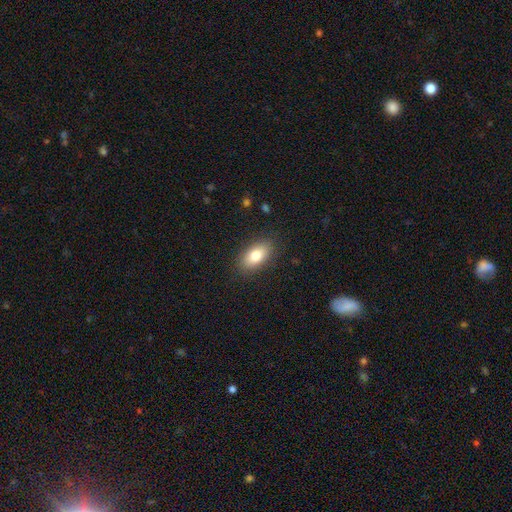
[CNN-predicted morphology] smooth_or_featured: smooth (p=0.79) [alt: featured or disk p=0.13]
how_rounded: in between (p=0.90) [alt: round p=0.05]
merging: none (p=0.87) [alt: minor disturbance p=0.10]